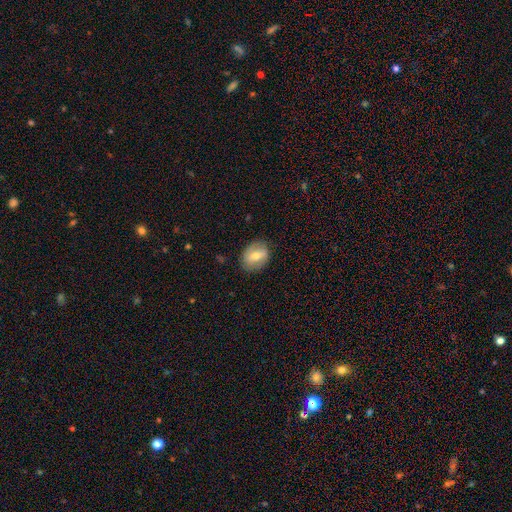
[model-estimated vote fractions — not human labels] smooth 50%, featured or disk 43%, star or artifact 7%. Down the decision tree: merging — none (82%).